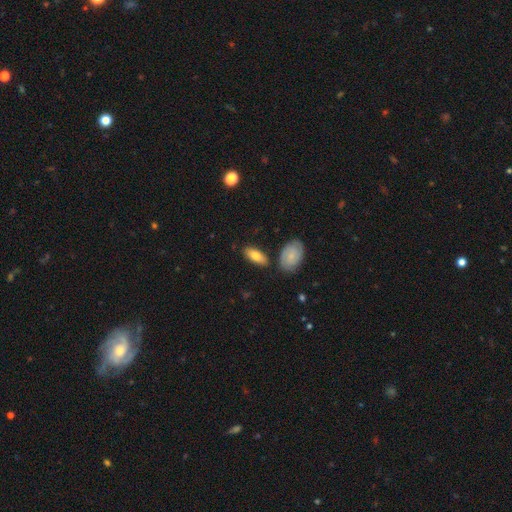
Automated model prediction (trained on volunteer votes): smooth 72%, featured or disk 21%, star or artifact 6%. Down the decision tree: how rounded — in between (84%); merging — none (78%).